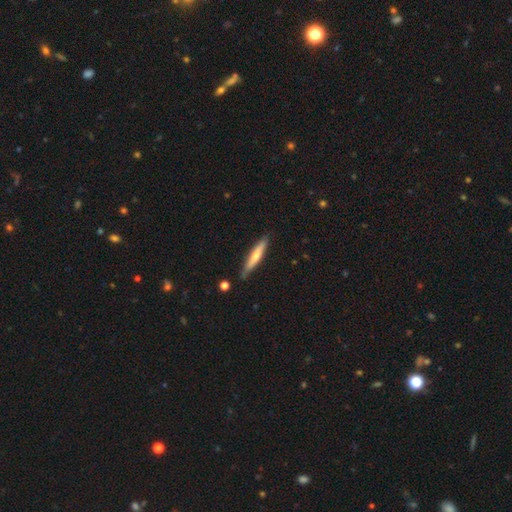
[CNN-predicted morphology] type=smooth (56%); roundness=cigar-shaped (91%); merging=none (82%).